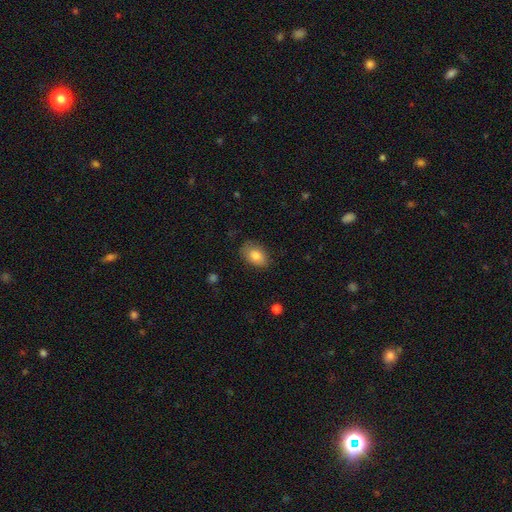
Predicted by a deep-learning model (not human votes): This is clearly a smooth galaxy (83%). How rounded: clearly in between (88%). Merging: likely none (79%).